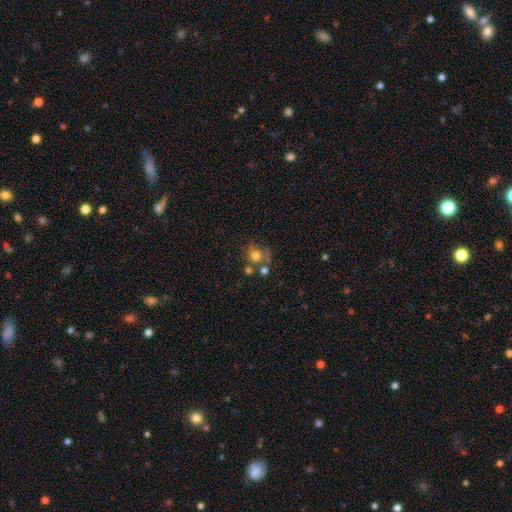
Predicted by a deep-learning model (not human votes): Smooth or featured?
  - smooth: 73% *
  - featured or disk: 14%
  - star or artifact: 13%
How rounded?
  - round: 80% *
  - in between: 19%
  - cigar-shaped: 1%
Merging?
  - none: 48% *
  - merger: 24%
  - minor disturbance: 17%
  - major disturbance: 11%